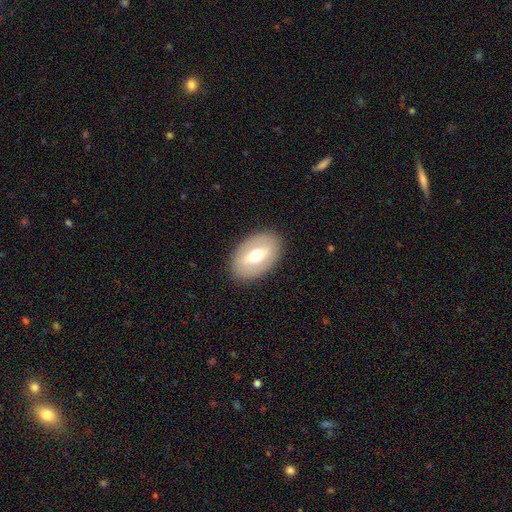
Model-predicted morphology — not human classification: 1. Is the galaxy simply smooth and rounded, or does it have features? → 51% smooth, 42% featured or disk, 7% star or artifact.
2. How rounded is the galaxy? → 87% in between, 11% round, 2% cigar-shaped.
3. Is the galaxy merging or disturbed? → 87% none, 9% minor disturbance, 3% major disturbance, 1% merger.